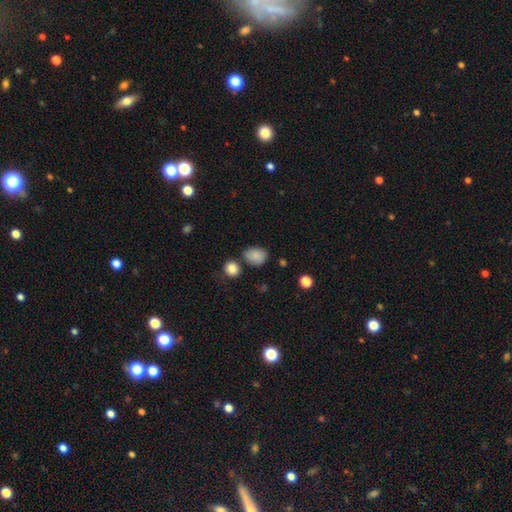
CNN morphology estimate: The model was most divided on "how rounded": in between: 59%, round: 40%, cigar-shaped: 1%. More confident: smooth or featured — smooth (84%); merging — none (62%).